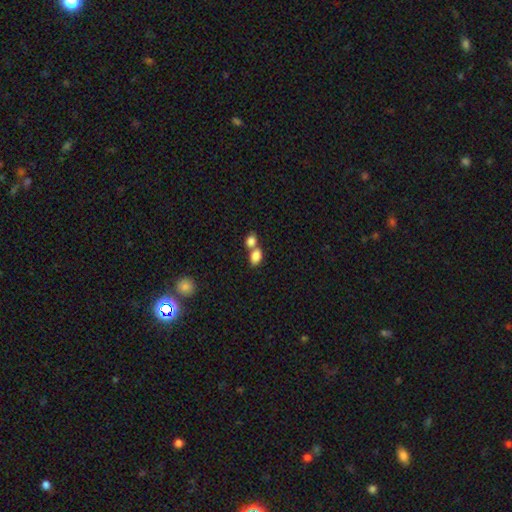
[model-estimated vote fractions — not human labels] Smooth or featured: smooth — 84% (star or artifact — 8%)
How rounded: in between — 82% (round — 16%)
Merging: merger — 59% (none — 30%)